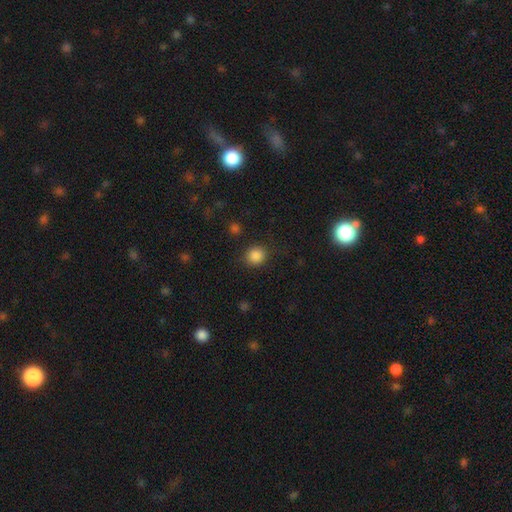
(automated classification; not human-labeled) Smooth or featured? smooth (86%)
How rounded? round (88%)
Merging? none (86%)